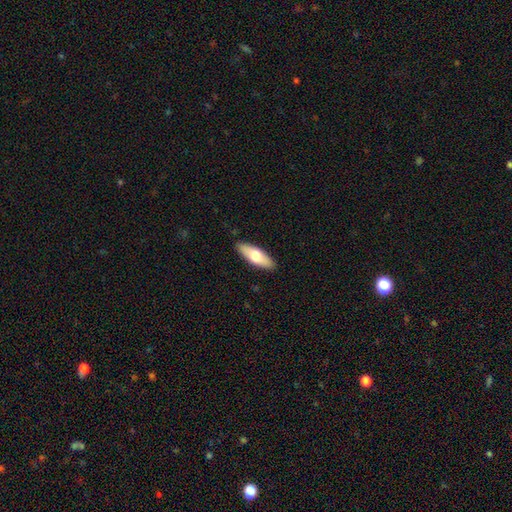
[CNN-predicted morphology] A smooth galaxy with no disk features (64%) that is in between round and cigar-shaped (63%).

Vote fractions:
- Smooth or featured? smooth: 64% / featured or disk: 31% / star or artifact: 5%
- How rounded? in between: 63% / cigar-shaped: 35% / round: 2%
- Merging? none: 88% / minor disturbance: 9% / major disturbance: 2% / merger: 1%